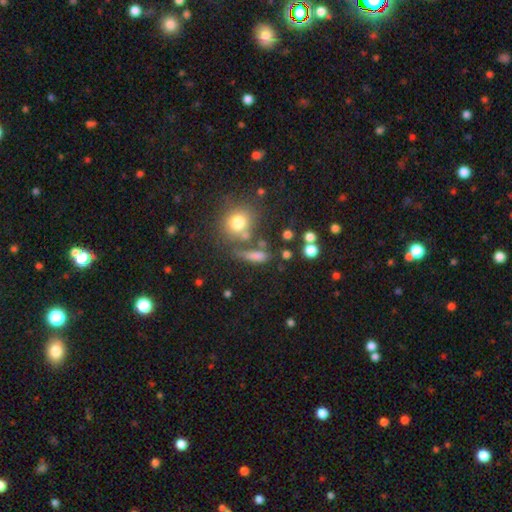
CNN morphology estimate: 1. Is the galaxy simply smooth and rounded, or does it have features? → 68% smooth, 17% star or artifact, 15% featured or disk.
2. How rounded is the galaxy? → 40% cigar-shaped (tied), 40% in between (tied), 20% round.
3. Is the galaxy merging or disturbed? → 58% none, 18% merger, 15% minor disturbance, 9% major disturbance.